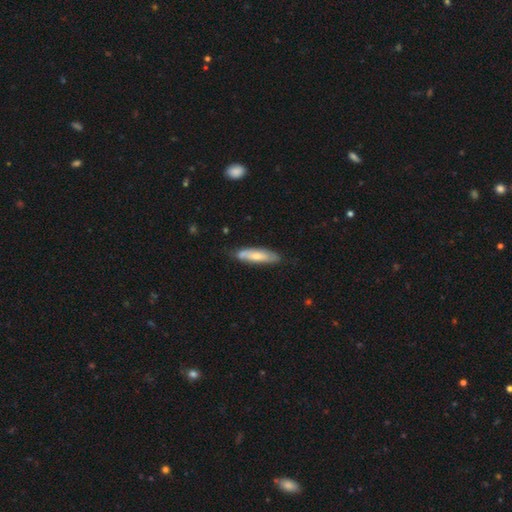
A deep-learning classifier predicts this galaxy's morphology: Q: Smooth or featured?
A: smooth (59%); runner-up: featured or disk (35%)
Q: How rounded?
A: cigar-shaped (70%); runner-up: in between (29%)
Q: Merging?
A: none (74%); runner-up: minor disturbance (20%)